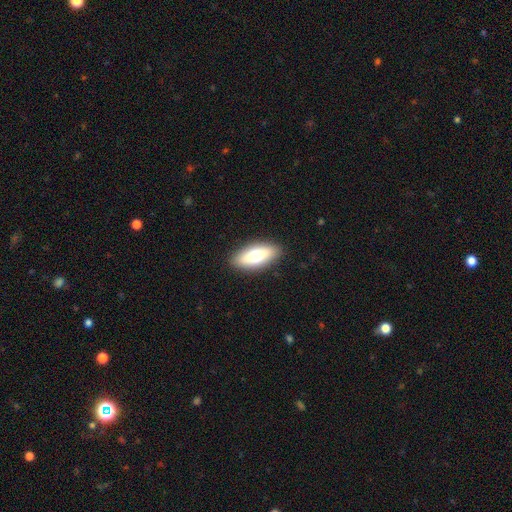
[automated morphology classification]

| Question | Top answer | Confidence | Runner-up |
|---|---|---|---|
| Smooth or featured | smooth | 70% | featured or disk (24%) |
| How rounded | in between | 79% | cigar-shaped (18%) |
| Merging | none | 89% | minor disturbance (8%) |